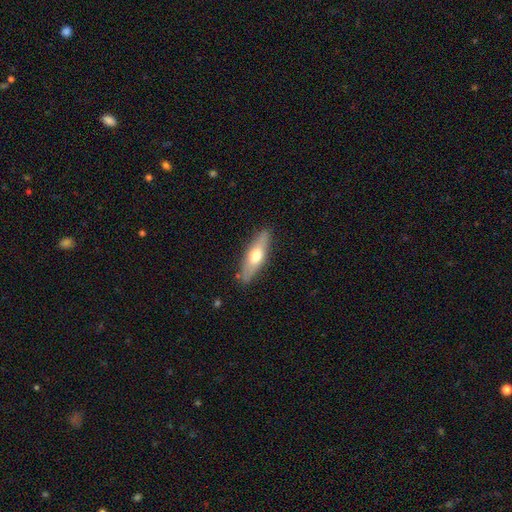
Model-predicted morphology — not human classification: Smooth or featured: smooth — 55% (featured or disk — 39%)
How rounded: cigar-shaped — 56% (in between — 41%)
Merging: none — 86% (minor disturbance — 11%)